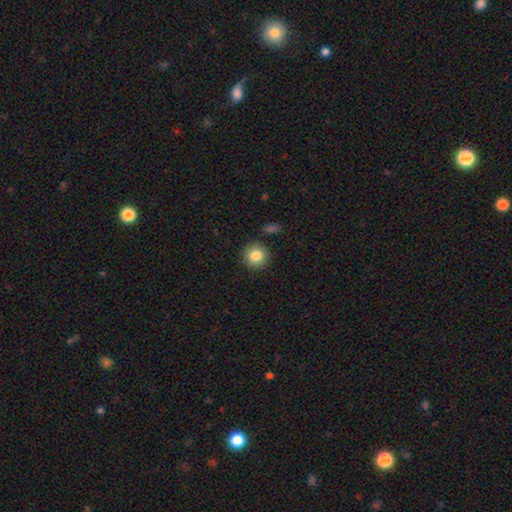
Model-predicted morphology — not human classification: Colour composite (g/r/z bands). It shows a smooth galaxy with no disk features (85%) that is round (91%). Merging: none (88%).